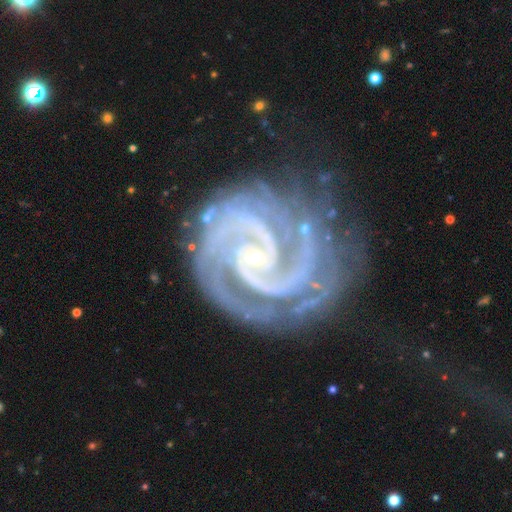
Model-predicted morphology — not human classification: featured or disk 93%, star or artifact 5%, smooth 2%. Down the decision tree: edge-on disk — no (98%); bar — no (48%); spiral arms — yes (99%); spiral arm count — 2 (72%); spiral winding — tight (64%); bulge size — small (86%); merging — none (62%).